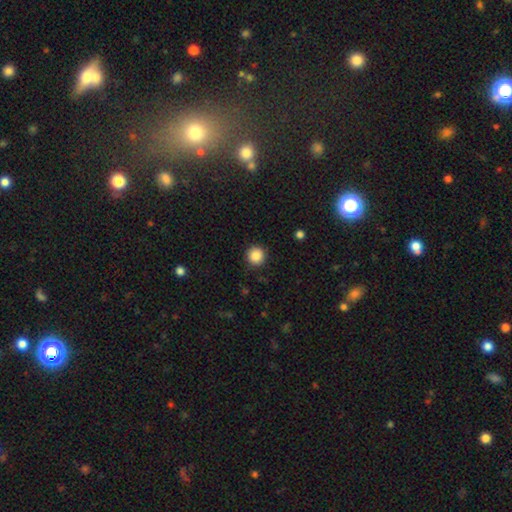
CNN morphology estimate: Smooth or featured: smooth — 86% (star or artifact — 10%)
How rounded: round — 95% (in between — 4%)
Merging: none — 91% (minor disturbance — 6%)